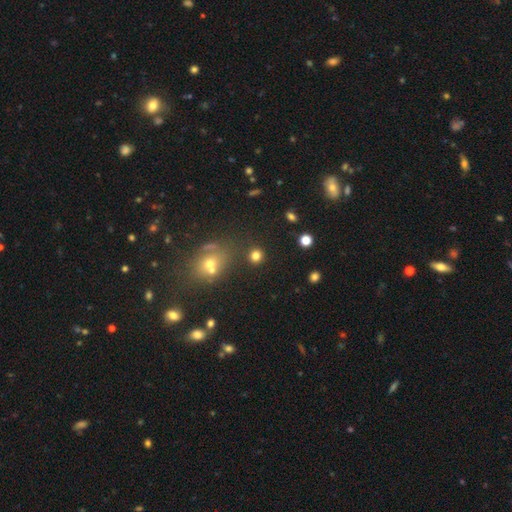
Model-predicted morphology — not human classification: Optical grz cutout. It shows a smooth galaxy with no disk features (78%) that is round (90%). Merging: none (83%).